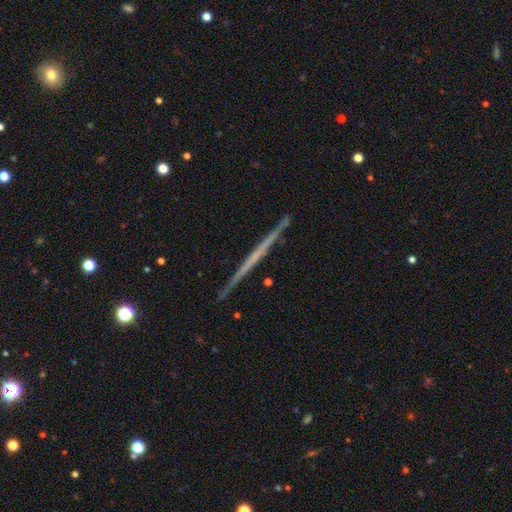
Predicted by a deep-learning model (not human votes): Smooth or featured? featured or disk (67%)
Edge-on disk? yes (98%)
Edge-on bulge? none (90%)
Merging? none (92%)